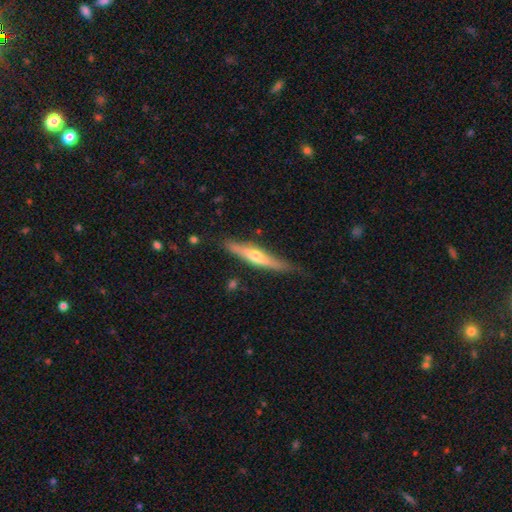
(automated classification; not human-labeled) smooth_or_featured: featured or disk (p=0.61) [alt: smooth p=0.33]
disk_edge_on: yes (p=0.93) [alt: no p=0.07]
edge_on_bulge: rounded (p=0.85) [alt: none p=0.10]
merging: none (p=0.78) [alt: minor disturbance p=0.18]